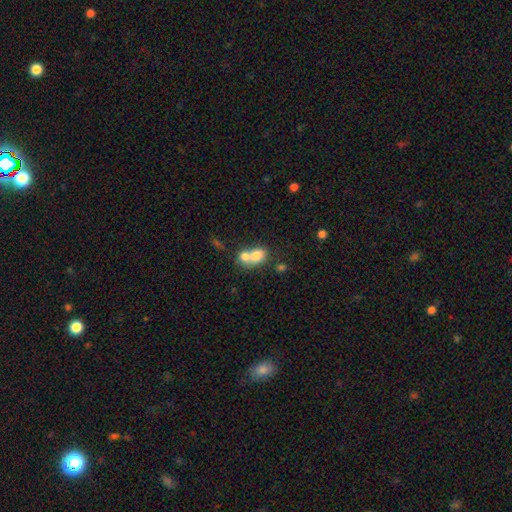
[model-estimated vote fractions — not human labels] Q: Smooth or featured?
A: smooth (74%); runner-up: featured or disk (17%)
Q: How rounded?
A: in between (60%); runner-up: round (39%)
Q: Merging?
A: merger (69%); runner-up: none (21%)